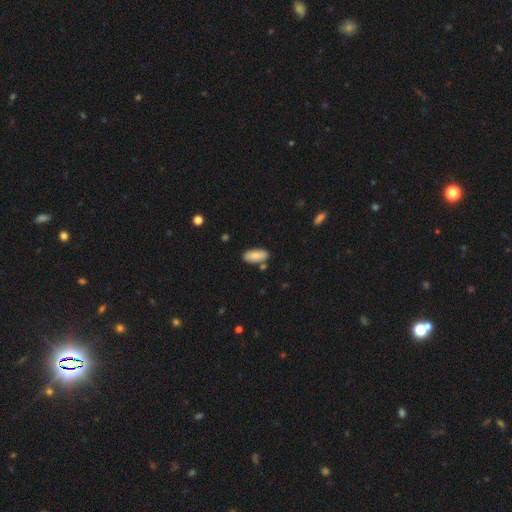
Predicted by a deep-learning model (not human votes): smooth-or-featured: smooth: 79% | featured or disk: 14% | star or artifact: 7%
  how-rounded: in between: 88% | cigar-shaped: 9% | round: 2%
  merging: none: 80% | minor disturbance: 12% | merger: 6% | major disturbance: 2%